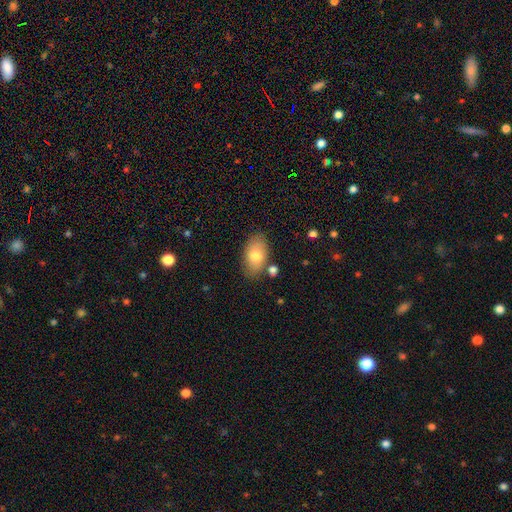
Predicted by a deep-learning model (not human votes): Smooth or featured: smooth — 77% (featured or disk — 16%)
How rounded: in between — 92% (round — 6%)
Merging: none — 79% (minor disturbance — 13%)